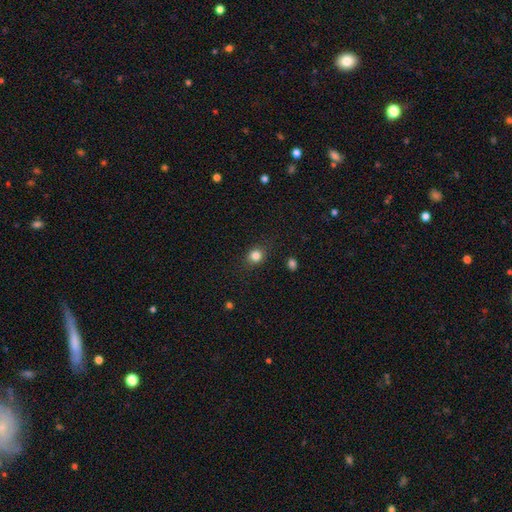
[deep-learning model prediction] Q: Smooth or featured?
A: smooth (82%); runner-up: star or artifact (12%)
Q: How rounded?
A: round (73%); runner-up: in between (26%)
Q: Merging?
A: none (83%); runner-up: minor disturbance (12%)